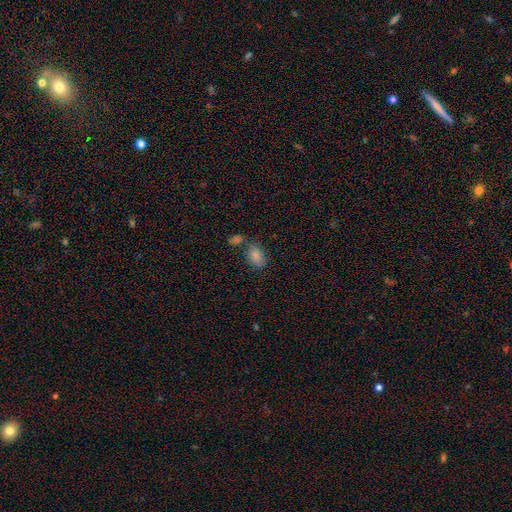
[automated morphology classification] Smooth or featured: smooth — 85% (star or artifact — 9%)
How rounded: in between — 88% (round — 10%)
Merging: none — 61% (merger — 19%)